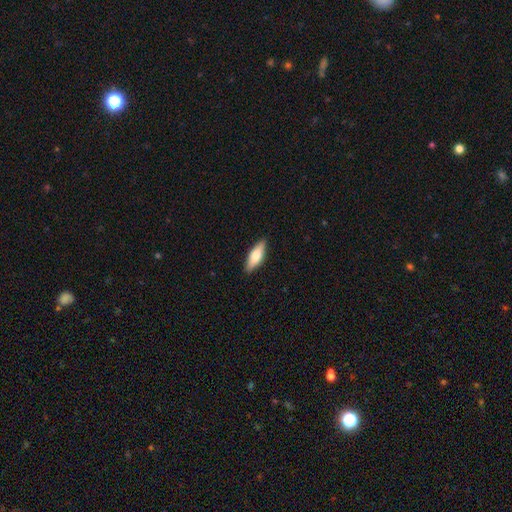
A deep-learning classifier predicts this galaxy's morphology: Smooth or featured: smooth — 66% (featured or disk — 29%)
How rounded: in between — 56% (cigar-shaped — 42%)
Merging: none — 89% (minor disturbance — 9%)